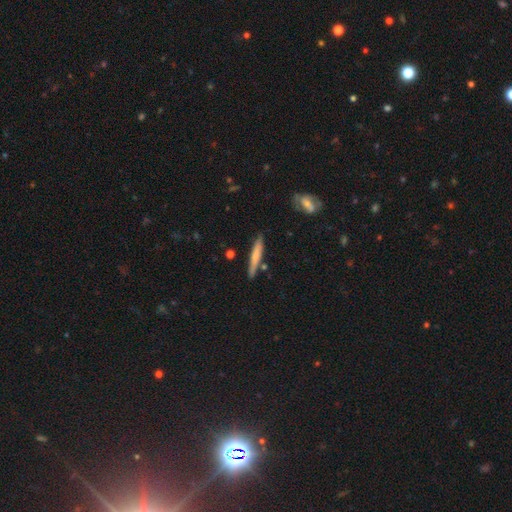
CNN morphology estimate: This appears to be a smooth galaxy with no disk features (64%) that is cigar-shaped (93%). Merging: none (82%).